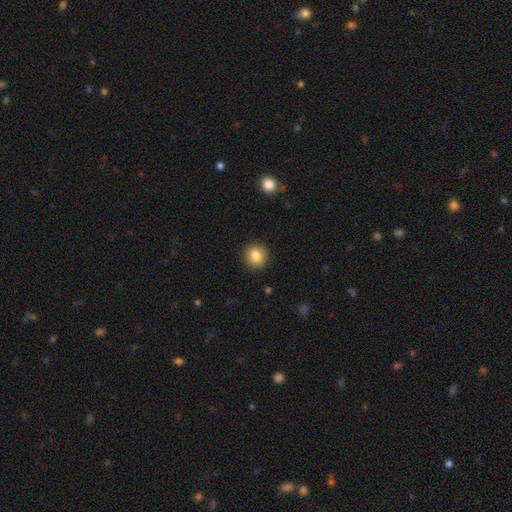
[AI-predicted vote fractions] This is clearly a smooth galaxy (84%). How rounded: clearly round (90%). Merging: clearly none (92%).